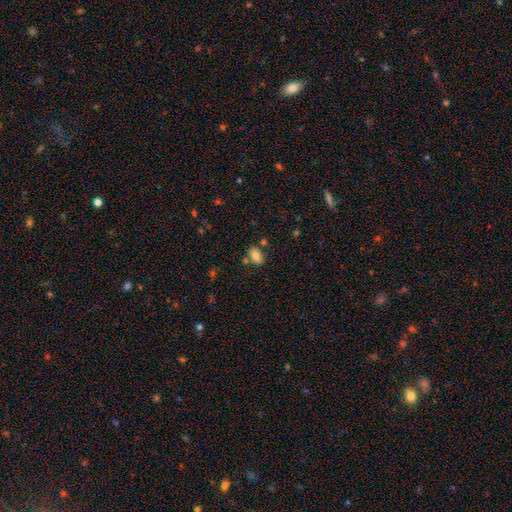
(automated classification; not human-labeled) smooth 78%, featured or disk 12%, star or artifact 10%. Down the decision tree: how rounded — in between (87%); merging — none (72%).